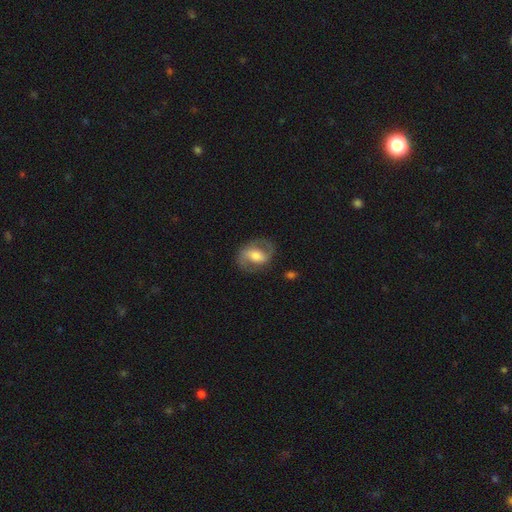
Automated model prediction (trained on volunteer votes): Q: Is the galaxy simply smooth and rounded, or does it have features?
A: featured or disk — 72%.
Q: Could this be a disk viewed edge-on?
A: no — 96%.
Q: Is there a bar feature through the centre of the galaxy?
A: weak — 41%.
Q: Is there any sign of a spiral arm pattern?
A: yes — 87%.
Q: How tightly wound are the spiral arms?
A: medium — 50%.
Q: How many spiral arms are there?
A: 2 — 89%.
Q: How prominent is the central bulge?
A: moderate — 58%.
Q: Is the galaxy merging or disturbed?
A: none — 78%.